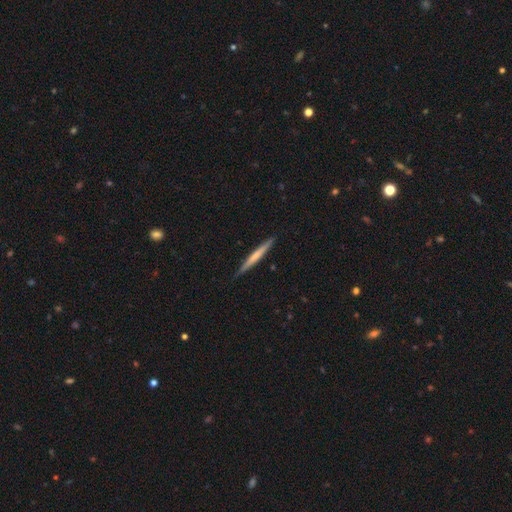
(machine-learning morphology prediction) smooth_or_featured: smooth (p=0.51) [alt: featured or disk p=0.44]
how_rounded: cigar-shaped (p=0.96) [alt: in between p=0.02]
merging: none (p=0.89) [alt: minor disturbance p=0.08]